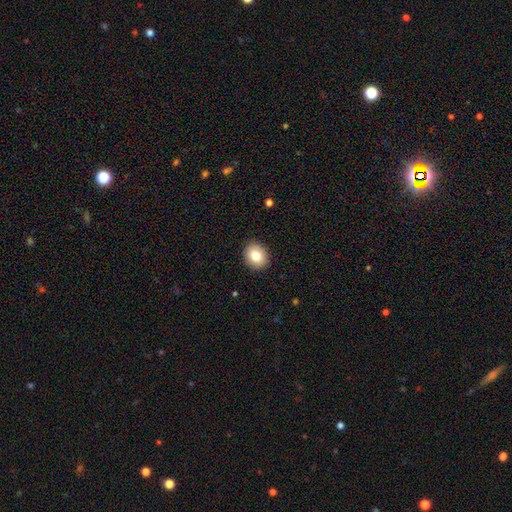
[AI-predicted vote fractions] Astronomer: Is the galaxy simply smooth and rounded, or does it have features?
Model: smooth — 82%.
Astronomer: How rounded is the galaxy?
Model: round — 58% (runner-up: in between, 41%).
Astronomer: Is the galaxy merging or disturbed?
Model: none — 90%.